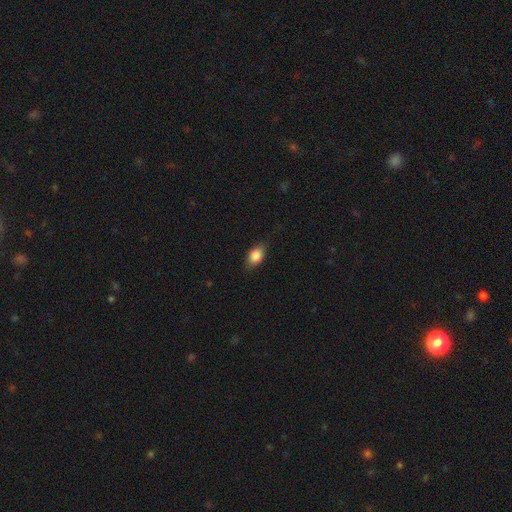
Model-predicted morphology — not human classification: Smooth or featured?
  - smooth: 84% *
  - featured or disk: 8%
  - star or artifact: 8%
How rounded?
  - in between: 83% *
  - round: 14%
  - cigar-shaped: 3%
Merging?
  - none: 79% *
  - minor disturbance: 17%
  - major disturbance: 3%
  - merger: 1%